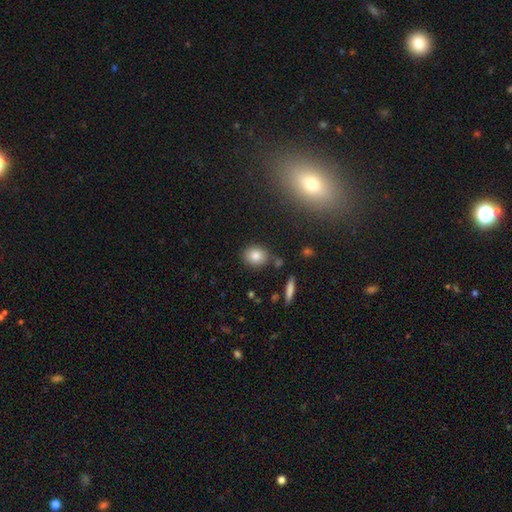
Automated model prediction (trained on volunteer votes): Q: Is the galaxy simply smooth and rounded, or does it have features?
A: smooth — 82%.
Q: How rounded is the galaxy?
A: round — 53%.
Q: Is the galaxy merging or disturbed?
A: none — 81%.